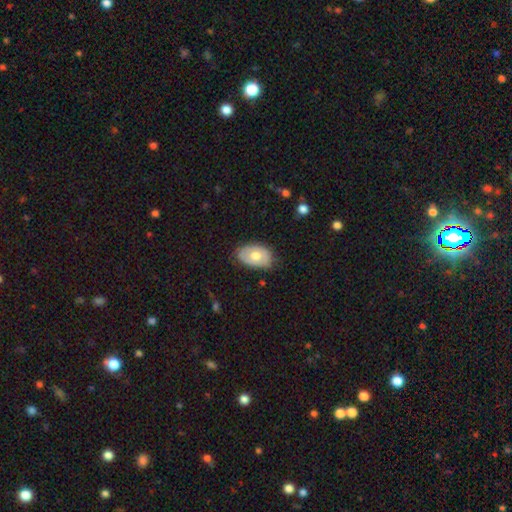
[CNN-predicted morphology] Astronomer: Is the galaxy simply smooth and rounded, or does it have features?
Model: smooth — 60%.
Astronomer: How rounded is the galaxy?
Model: in between — 89%.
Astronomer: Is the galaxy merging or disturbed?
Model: none — 69%.